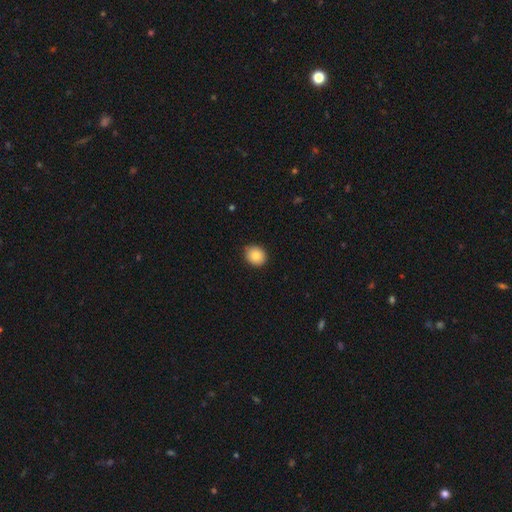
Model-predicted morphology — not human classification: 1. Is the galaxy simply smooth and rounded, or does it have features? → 83% smooth, 9% star or artifact, 8% featured or disk.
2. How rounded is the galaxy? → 70% round, 29% in between, 1% cigar-shaped.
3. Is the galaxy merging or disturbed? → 86% none, 11% minor disturbance, 2% major disturbance, 1% merger.